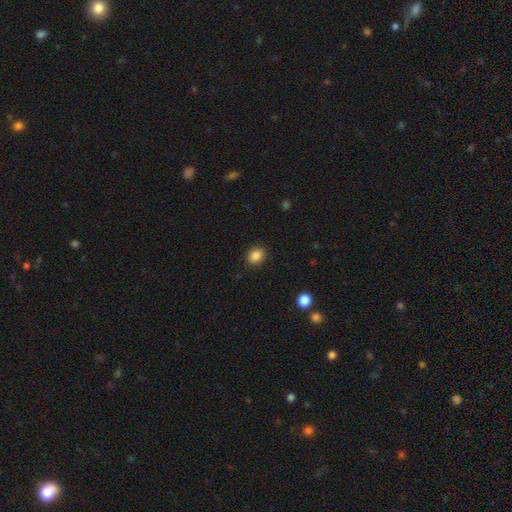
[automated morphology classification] Smooth or featured? Predicted: smooth (p=0.86). How rounded? Predicted: round (p=0.50). Merging? Predicted: none (p=0.89).